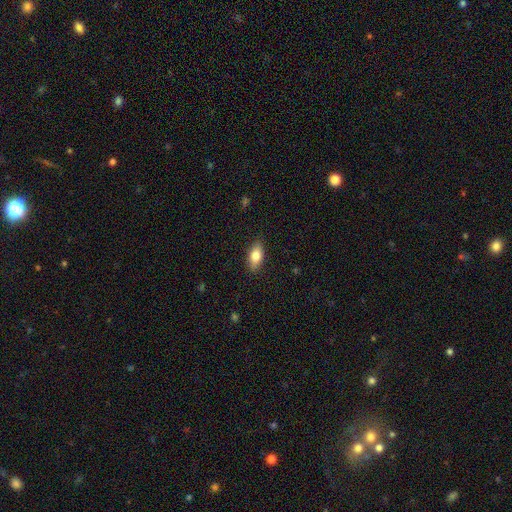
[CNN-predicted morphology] The model was most divided on "smooth or featured": smooth: 78%, featured or disk: 15%, star or artifact: 7%. More confident: merging — none (87%); how rounded — in between (86%).